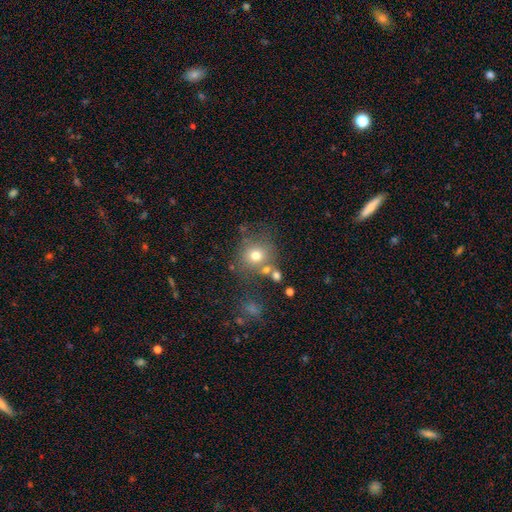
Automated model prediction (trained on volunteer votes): Smooth or featured? Predicted: smooth (p=0.71). How rounded? Predicted: round (p=0.86). Merging? Predicted: none (p=0.65).